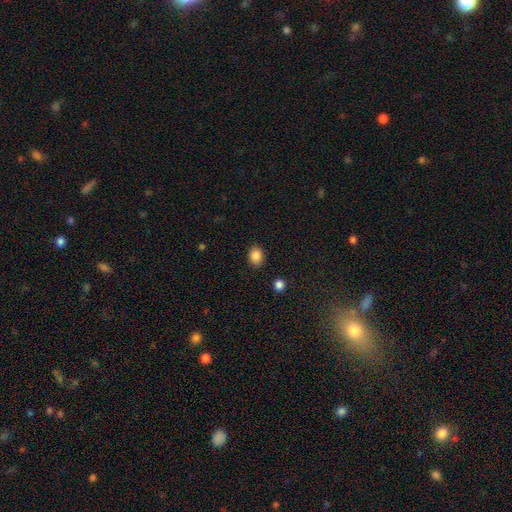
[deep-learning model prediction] Smooth or featured? smooth (87%)
How rounded? in between (52%)
Merging? none (87%)